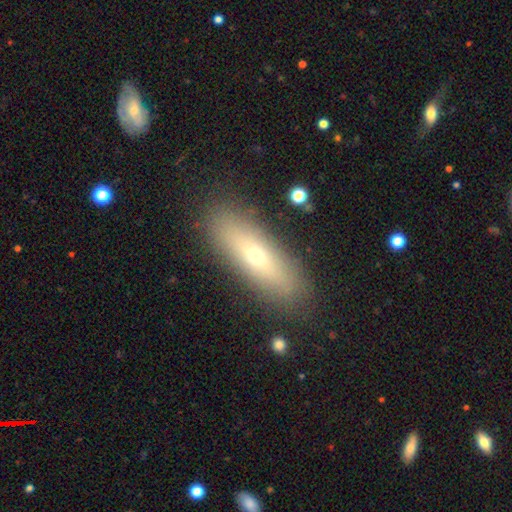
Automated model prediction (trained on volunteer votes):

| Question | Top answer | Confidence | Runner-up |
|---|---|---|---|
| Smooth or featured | smooth | 55% | featured or disk (36%) |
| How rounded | cigar-shaped | 54% | in between (43%) |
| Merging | none | 85% | minor disturbance (10%) |